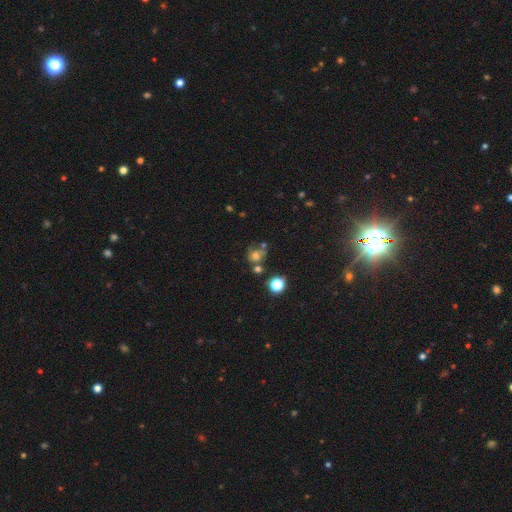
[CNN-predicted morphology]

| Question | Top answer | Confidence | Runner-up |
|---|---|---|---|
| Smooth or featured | smooth | 56% | featured or disk (23%) |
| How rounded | round | 74% | in between (25%) |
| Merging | none | 43% | merger (24%) |